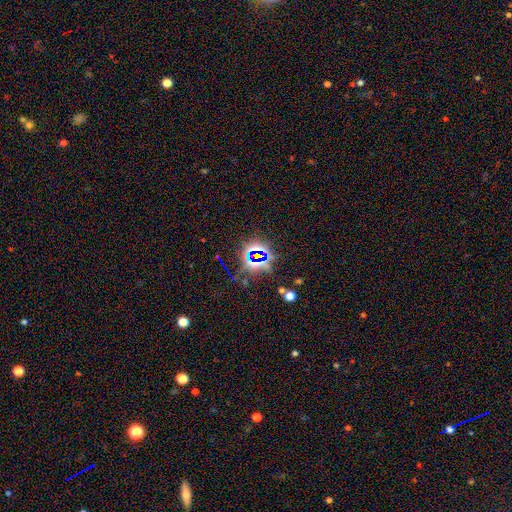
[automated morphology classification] smooth-or-featured: star or artifact: 78% | smooth: 13% | featured or disk: 9%